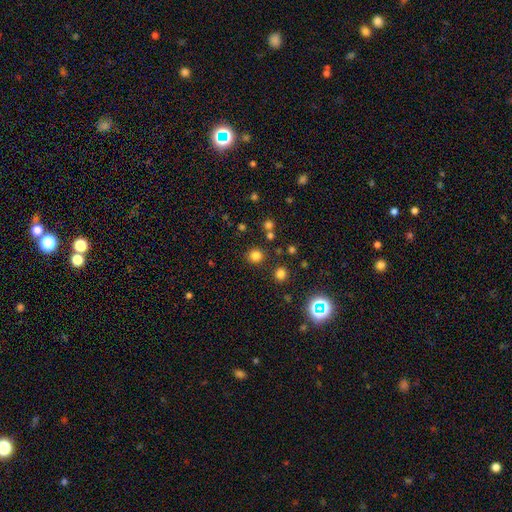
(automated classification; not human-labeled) The model was most divided on "smooth or featured": smooth: 79%, star or artifact: 17%, featured or disk: 5%. More confident: how rounded — round (91%); merging — none (86%).